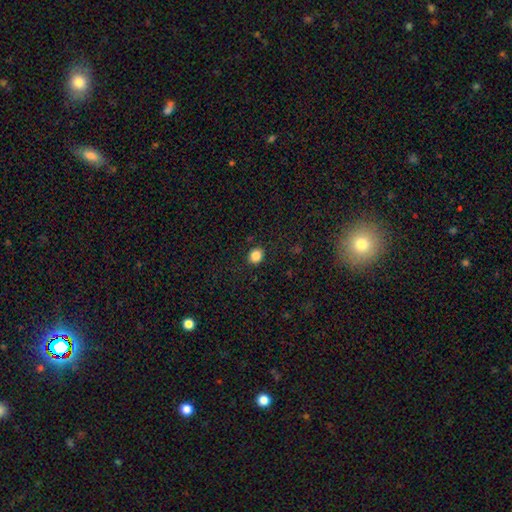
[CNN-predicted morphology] type=smooth (85%); roundness=round (74%); merging=none (90%).